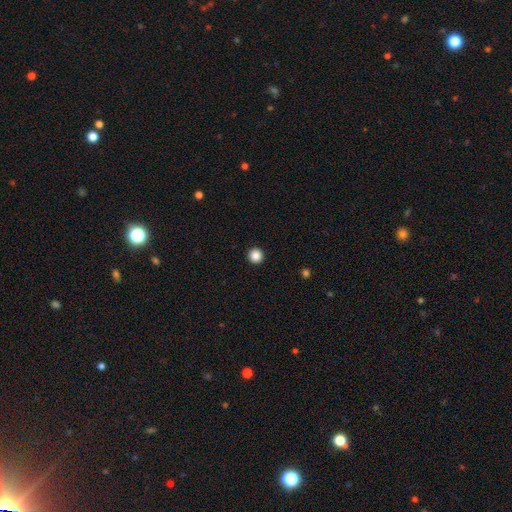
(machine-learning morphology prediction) A smooth galaxy with no disk features (87%) that is round (96%). Merging: none (94%).